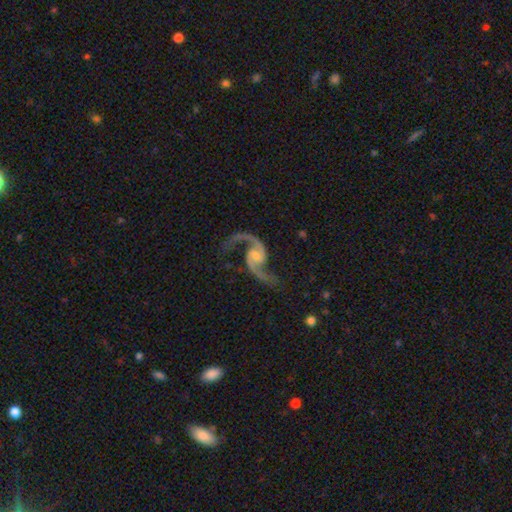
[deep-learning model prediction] Smooth or featured?
  - featured or disk: 94% *
  - star or artifact: 4%
  - smooth: 3%
Edge-on disk?
  - no: 98% *
  - yes: 2%
Bar?
  - no: 45% *
  - weak: 42%
  - strong: 12%
Spiral arms?
  - yes: 98% *
  - no: 2%
Spiral winding?
  - loose: 66% *
  - medium: 29%
  - tight: 5%
Spiral arm count?
  - 2: 94% *
  - 1: 2%
  - can't tell: 1%
  - 3: 1%
  - 4: 1%
  - more than 4: 1%
Bulge size?
  - small: 54% *
  - moderate: 34%
  - none: 8%
  - large: 3%
  - dominant: 1%
Merging?
  - none: 76% *
  - minor disturbance: 13%
  - major disturbance: 9%
  - merger: 2%